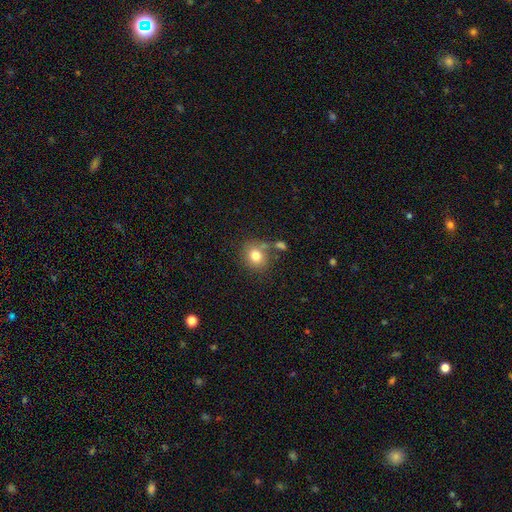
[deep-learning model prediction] smooth_or_featured: smooth (p=0.79) [alt: star or artifact p=0.11]
how_rounded: round (p=0.69) [alt: in between p=0.30]
merging: none (p=0.67) [alt: minor disturbance p=0.14]